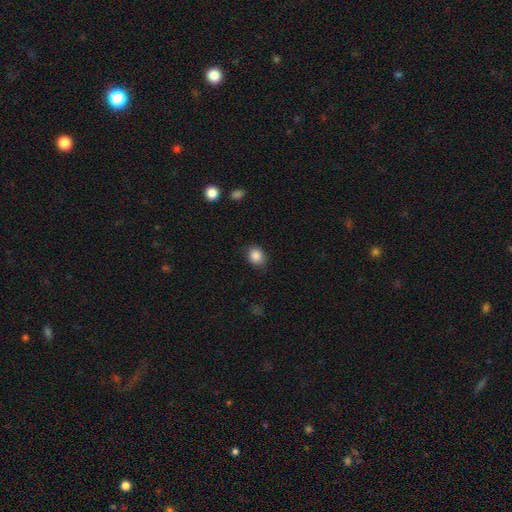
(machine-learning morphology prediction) smooth 87%, star or artifact 9%, featured or disk 4%. Down the decision tree: how rounded — round (55%); merging — none (83%).